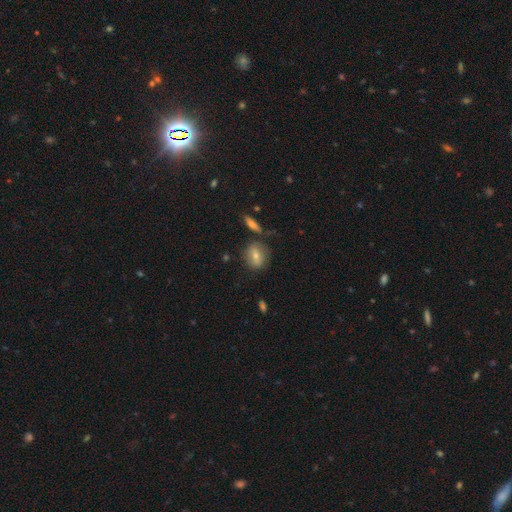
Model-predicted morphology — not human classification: The model was most divided on "how rounded": round: 61%, in between: 36%, cigar-shaped: 4%. More confident: merging — none (74%); smooth or featured — smooth (57%).